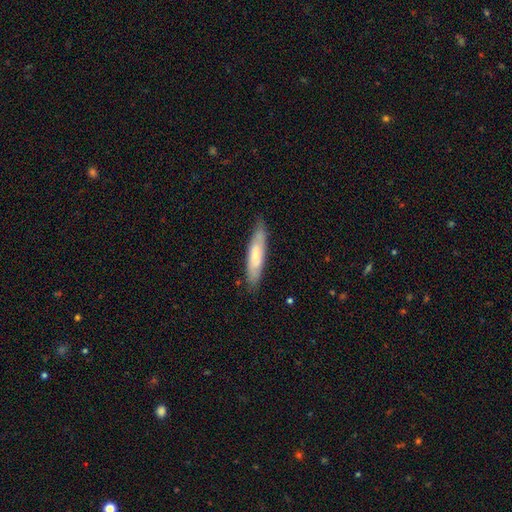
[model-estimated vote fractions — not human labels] Smooth or featured? Predicted: smooth (p=0.59). How rounded? Predicted: cigar-shaped (p=0.78). Merging? Predicted: none (p=0.82).